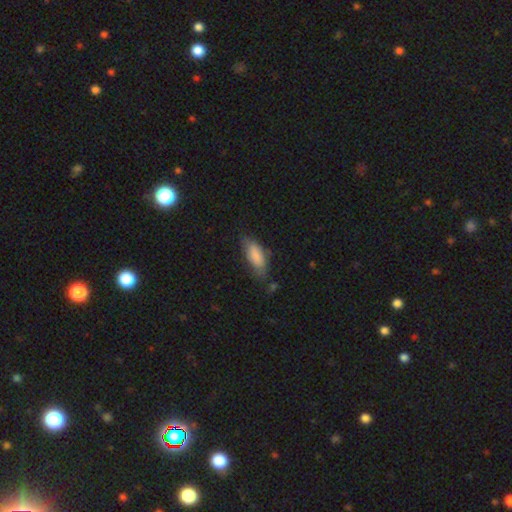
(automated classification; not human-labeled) This appears to be a smooth galaxy with no disk features (84%) that is in between round and cigar-shaped (77%). Merging: none (64%).